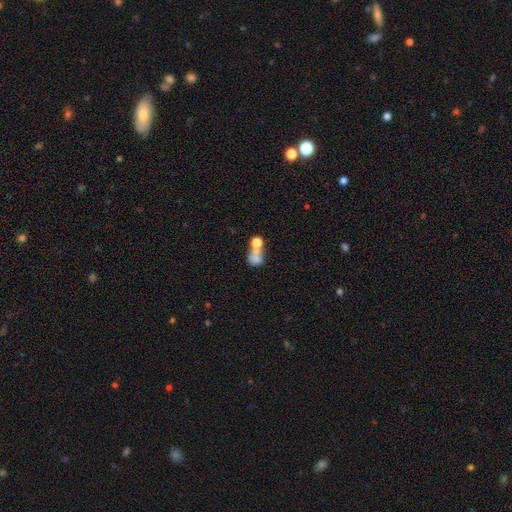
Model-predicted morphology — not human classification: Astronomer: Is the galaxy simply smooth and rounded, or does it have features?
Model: smooth — 67%.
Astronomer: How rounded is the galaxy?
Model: round — 59% (runner-up: in between, 39%).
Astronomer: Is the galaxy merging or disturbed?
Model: merger — 58%.